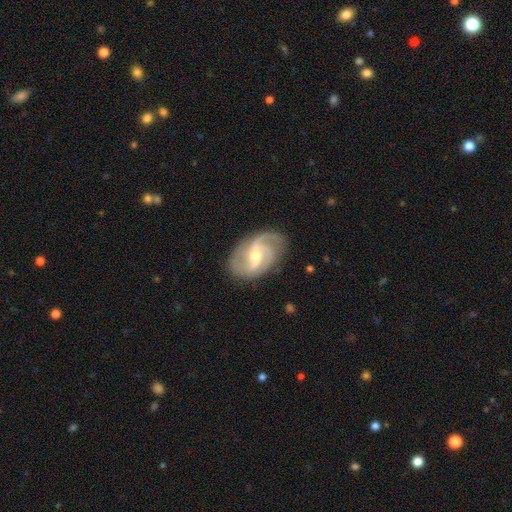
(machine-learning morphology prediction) Smooth or featured? featured or disk (88%)
Edge-on disk? no (97%)
Bar? weak (52%)
Spiral arms? yes (97%)
Spiral winding? medium (50%)
Spiral arm count? 3 (43%)
Bulge size? moderate (50%)
Merging? none (75%)